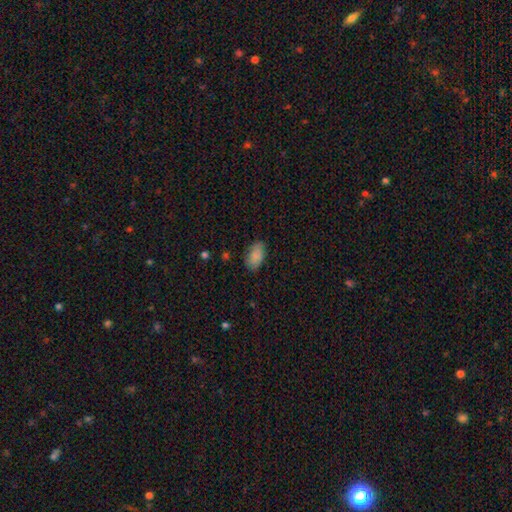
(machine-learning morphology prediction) smooth 86%, star or artifact 7%, featured or disk 7%. Down the decision tree: how rounded — in between (93%); merging — none (79%).